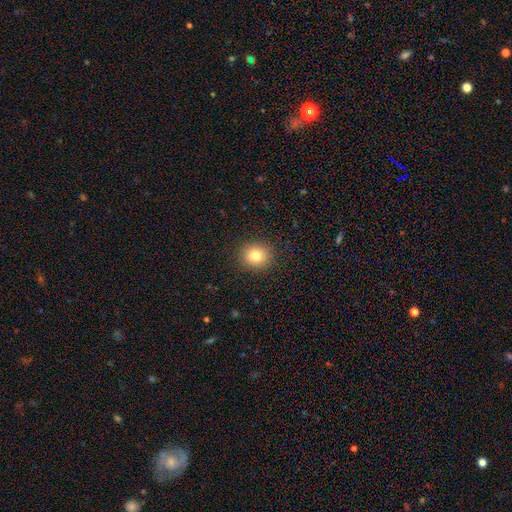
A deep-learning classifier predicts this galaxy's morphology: smooth-or-featured: smooth: 81% | star or artifact: 12% | featured or disk: 8%
  how-rounded: round: 81% | in between: 18% | cigar-shaped: 1%
  merging: none: 90% | minor disturbance: 6% | major disturbance: 2% | merger: 1%